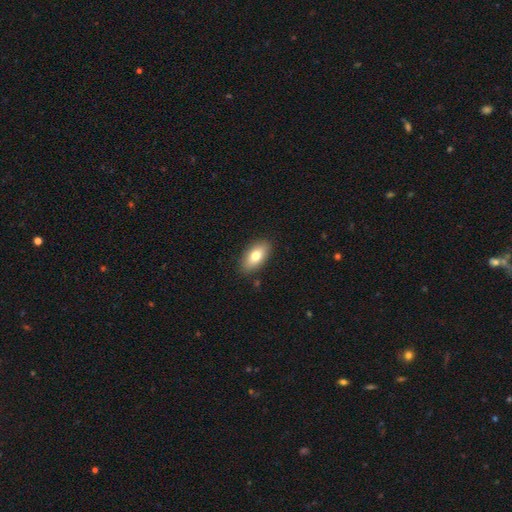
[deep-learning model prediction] A smooth galaxy with no disk features (77%) that is in between round and cigar-shaped (90%).

Vote fractions:
- Smooth or featured? smooth: 77% / featured or disk: 16% / star or artifact: 7%
- How rounded? in between: 90% / cigar-shaped: 6% / round: 4%
- Merging? none: 87% / minor disturbance: 9% / major disturbance: 2% / merger: 1%